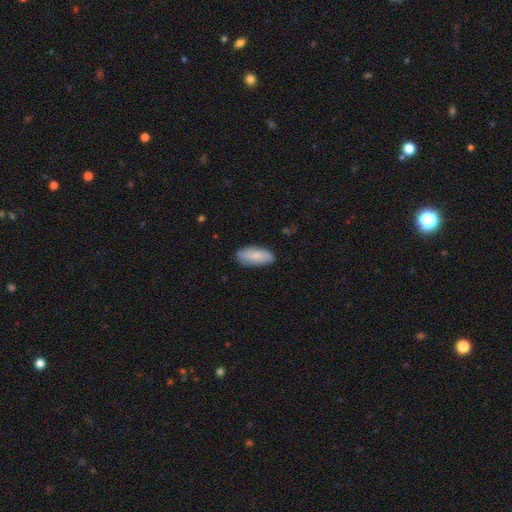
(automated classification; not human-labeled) Morphology: type=smooth (78%); roundness=in between (85%); merging=none (80%).